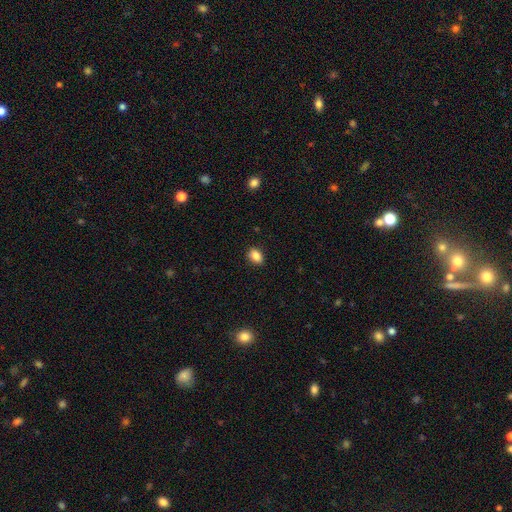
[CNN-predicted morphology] smooth 86%, star or artifact 9%, featured or disk 5%. Down the decision tree: how rounded — in between (78%); merging — none (86%).